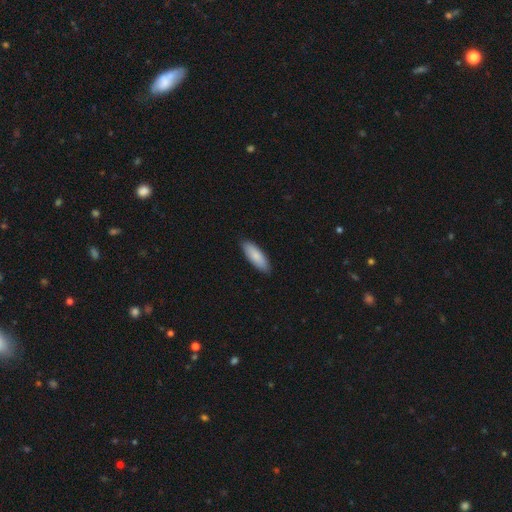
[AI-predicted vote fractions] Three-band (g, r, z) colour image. It shows a smooth galaxy with no disk features (85%) that is in between round and cigar-shaped (63%). Merging: none (89%).